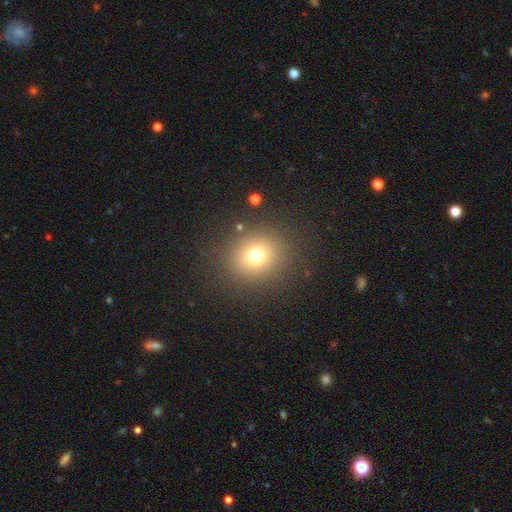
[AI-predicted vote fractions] smooth_or_featured: smooth (p=0.71) [alt: star or artifact p=0.18]
how_rounded: round (p=0.83) [alt: in between p=0.16]
merging: none (p=0.86) [alt: minor disturbance p=0.08]